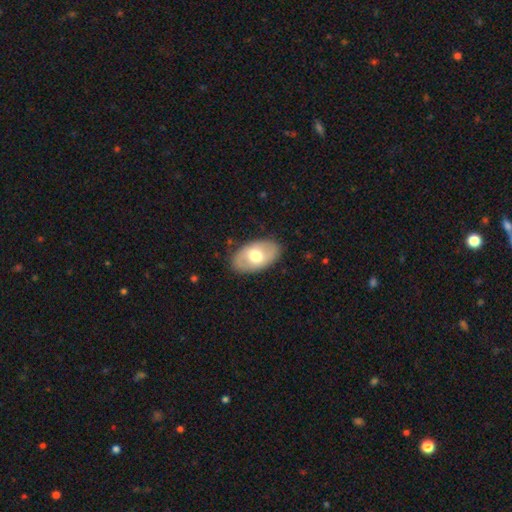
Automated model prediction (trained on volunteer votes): Q: Smooth or featured?
A: smooth (55%); runner-up: featured or disk (39%)
Q: How rounded?
A: in between (91%); runner-up: round (7%)
Q: Merging?
A: none (85%); runner-up: minor disturbance (11%)